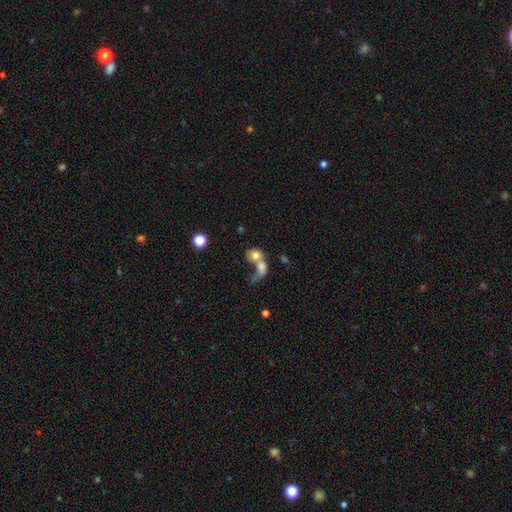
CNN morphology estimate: The model was most divided on "how rounded": round: 61%, in between: 37%, cigar-shaped: 2%. More confident: merging — merger (70%); smooth or featured — smooth (69%).